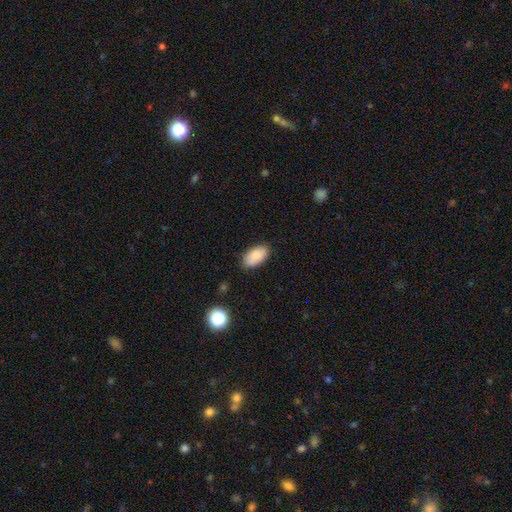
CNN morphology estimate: Smooth or featured?
  - smooth: 86% *
  - star or artifact: 7%
  - featured or disk: 7%
How rounded?
  - in between: 94% *
  - round: 3%
  - cigar-shaped: 2%
Merging?
  - none: 83% *
  - minor disturbance: 13%
  - major disturbance: 2%
  - merger: 1%